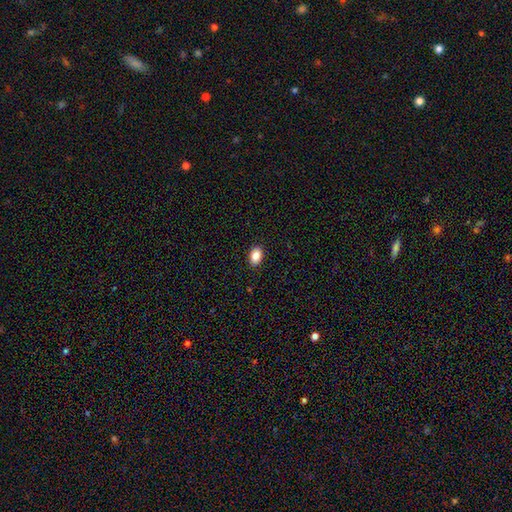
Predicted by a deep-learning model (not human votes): A smooth galaxy with no disk features (84%) that is in between round and cigar-shaped (86%).

Vote fractions:
- Smooth or featured? smooth: 84% / star or artifact: 9% / featured or disk: 7%
- How rounded? in between: 86% / round: 13% / cigar-shaped: 1%
- Merging? none: 90% / minor disturbance: 7% / major disturbance: 2% / merger: 1%